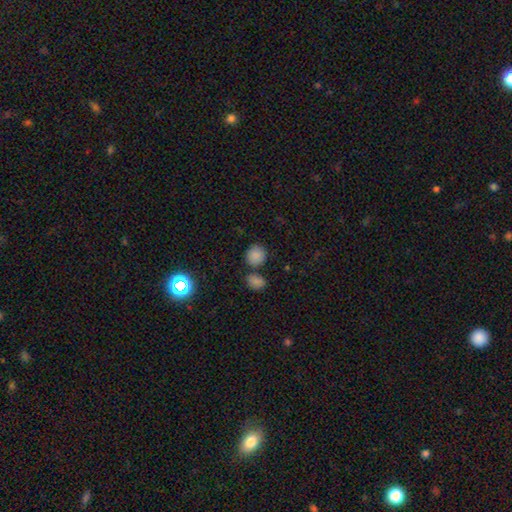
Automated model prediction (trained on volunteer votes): Q: Smooth or featured?
A: smooth (83%); runner-up: star or artifact (13%)
Q: How rounded?
A: round (84%); runner-up: in between (15%)
Q: Merging?
A: none (71%); runner-up: merger (16%)